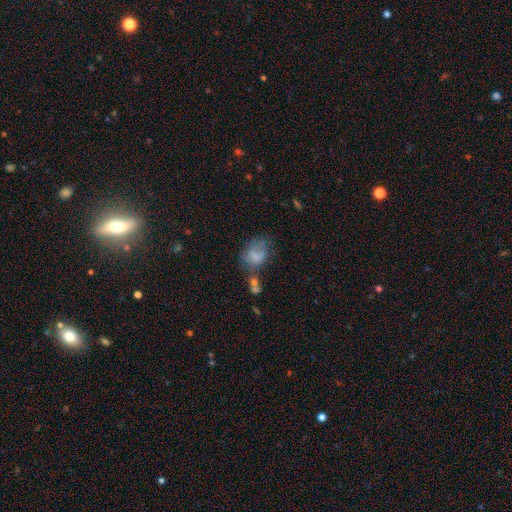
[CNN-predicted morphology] Smooth or featured? Predicted: smooth (p=0.64). How rounded? Predicted: in between (p=0.67). Merging? Predicted: none (p=0.33).